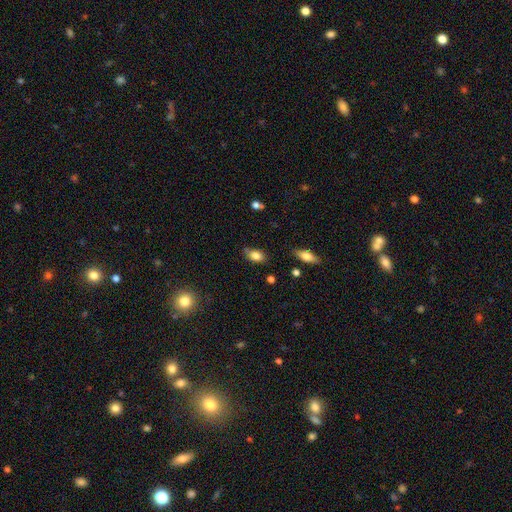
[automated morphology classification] A smooth galaxy with no disk features (82%) that is in between round and cigar-shaped (85%). Merging: none (72%).